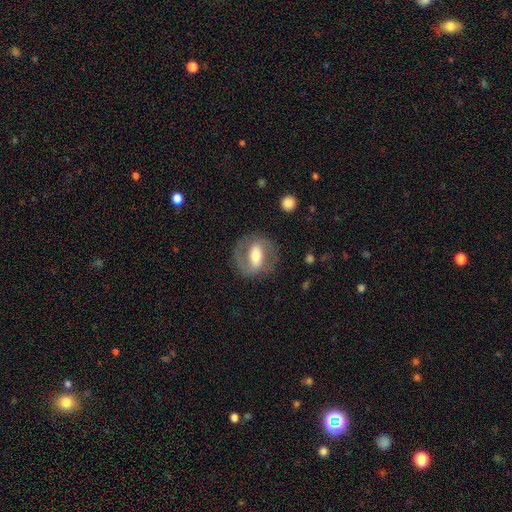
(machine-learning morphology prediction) smooth_or_featured: featured or disk (p=0.69) [alt: smooth p=0.25]
disk_edge_on: no (p=0.94) [alt: yes p=0.06]
bar: strong (p=0.52) [alt: weak p=0.33]
has_spiral_arms: yes (p=0.75) [alt: no p=0.25]
bulge_size: moderate (p=0.64) [alt: large p=0.17]
merging: none (p=0.76) [alt: minor disturbance p=0.13]